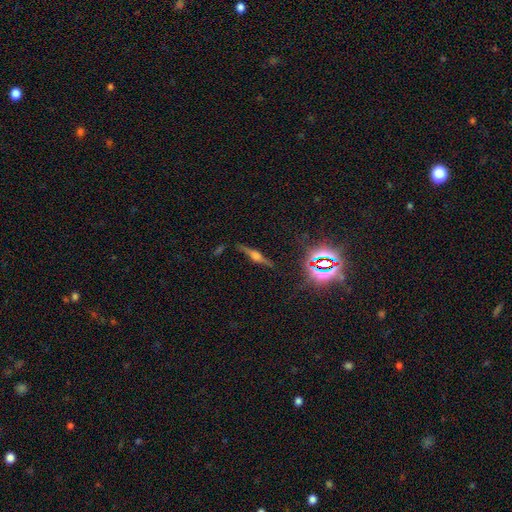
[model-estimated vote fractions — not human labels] Smooth or featured? Predicted: featured or disk (p=0.65). Edge-on disk? Predicted: yes (p=0.96). Edge-on bulge? Predicted: rounded (p=0.80). Merging? Predicted: none (p=0.84).